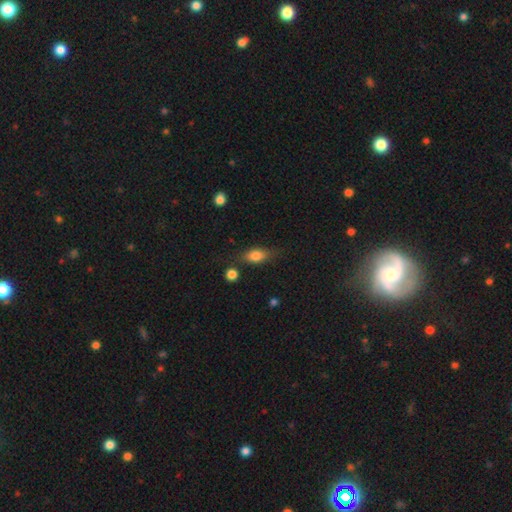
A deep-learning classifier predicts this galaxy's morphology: Overall: smooth (78%). How rounded: in between (79%). Merging: none (68%).